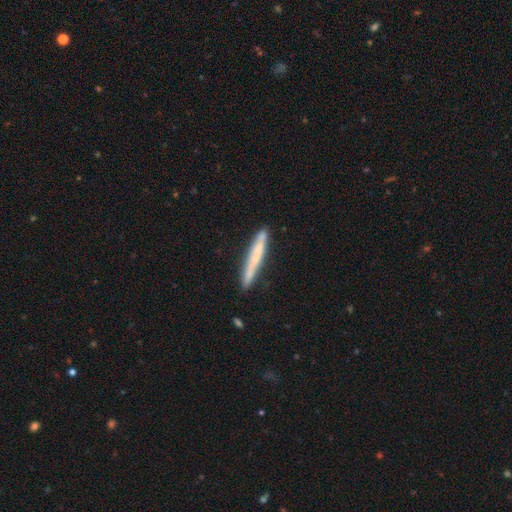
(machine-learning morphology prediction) type=smooth (55%); roundness=cigar-shaped (96%); merging=none (85%).